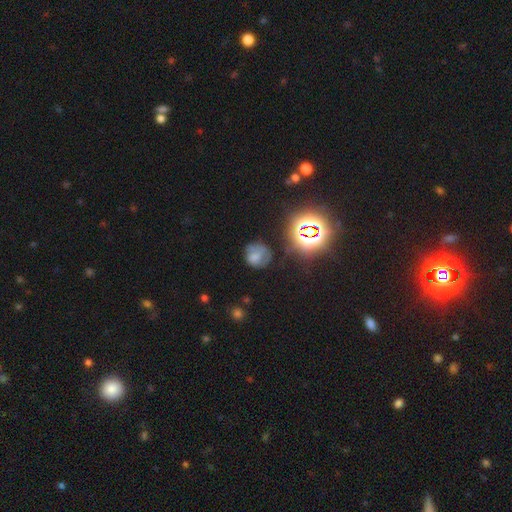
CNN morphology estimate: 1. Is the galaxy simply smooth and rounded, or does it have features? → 57% smooth, 23% featured or disk, 20% star or artifact.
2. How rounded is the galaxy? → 78% round, 21% in between, 1% cigar-shaped.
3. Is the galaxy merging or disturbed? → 53% none, 26% minor disturbance, 16% major disturbance, 5% merger.